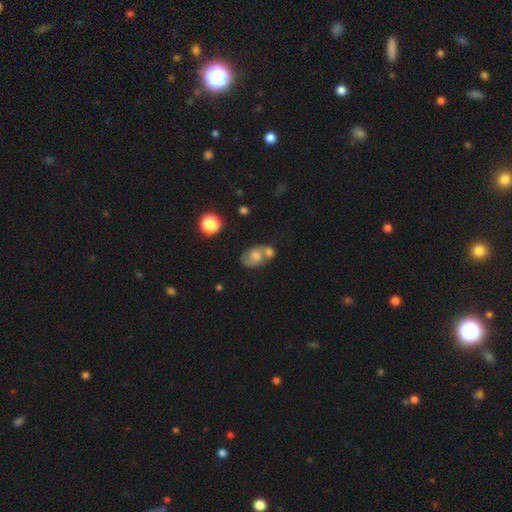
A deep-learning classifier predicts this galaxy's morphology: smooth-or-featured: smooth: 62% | featured or disk: 28% | star or artifact: 10%
  how-rounded: in between: 75% | round: 23% | cigar-shaped: 2%
  merging: merger: 45% | none: 35% | minor disturbance: 14% | major disturbance: 6%